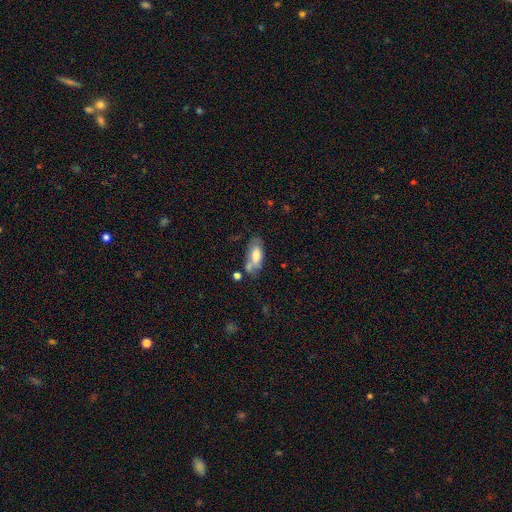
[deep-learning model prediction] Smooth or featured? smooth (66%)
How rounded? in between (84%)
Merging? none (48%)